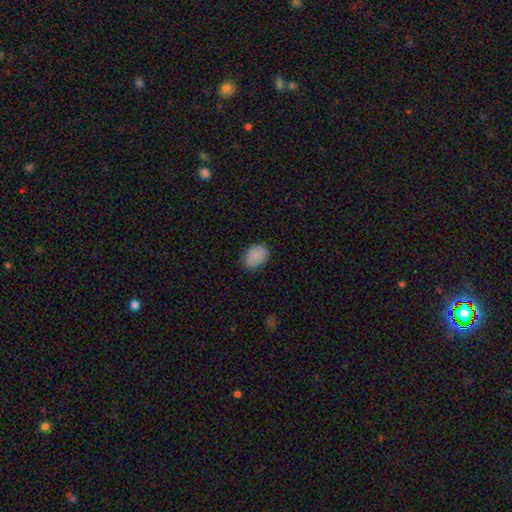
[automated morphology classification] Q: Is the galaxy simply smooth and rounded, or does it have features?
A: smooth — 87%.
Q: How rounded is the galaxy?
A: in between — 69%.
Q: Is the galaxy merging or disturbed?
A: none — 80%.